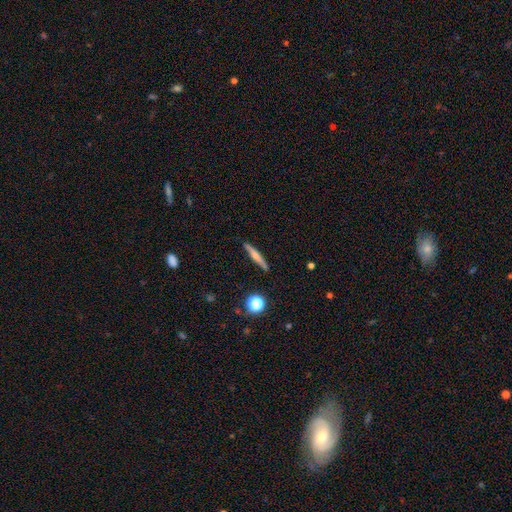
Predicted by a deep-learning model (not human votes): Smooth or featured? Predicted: featured or disk (p=0.47). Merging? Predicted: none (p=0.88).